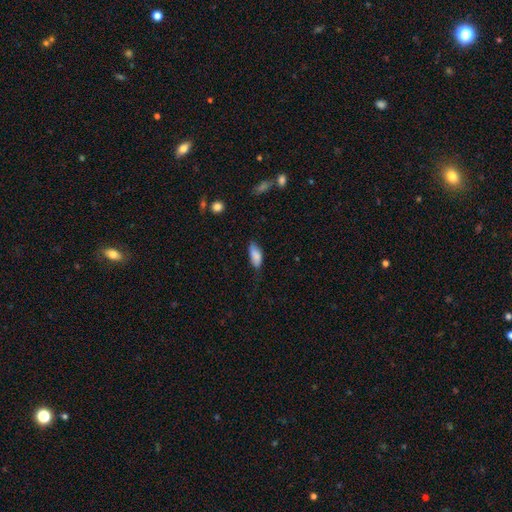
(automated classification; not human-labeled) smooth-or-featured: smooth: 84% | featured or disk: 9% | star or artifact: 7%
  how-rounded: in between: 83% | cigar-shaped: 15% | round: 2%
  merging: none: 65% | minor disturbance: 28% | major disturbance: 5% | merger: 2%